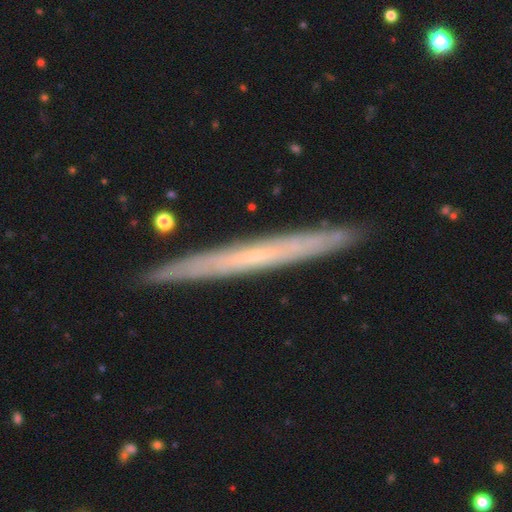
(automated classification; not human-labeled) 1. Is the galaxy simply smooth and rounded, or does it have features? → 65% featured or disk, 27% smooth, 8% star or artifact.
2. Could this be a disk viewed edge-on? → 93% yes, 7% no.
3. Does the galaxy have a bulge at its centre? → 80% none, 17% rounded, 3% boxy.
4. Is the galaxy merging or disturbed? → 90% none, 7% minor disturbance, 1% merger, 1% major disturbance.